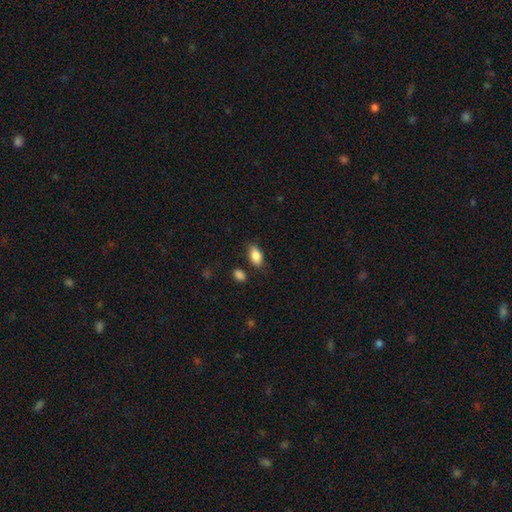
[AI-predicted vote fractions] smooth-or-featured: smooth: 86% | star or artifact: 7% | featured or disk: 6%
  how-rounded: in between: 91% | round: 6% | cigar-shaped: 4%
  merging: none: 79% | minor disturbance: 14% | merger: 3% | major disturbance: 3%